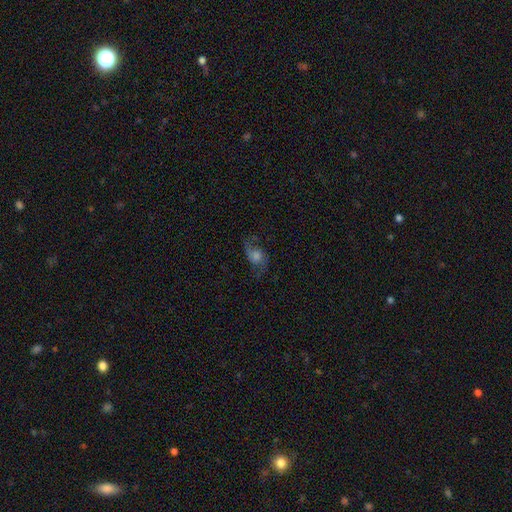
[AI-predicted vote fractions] Overall: featured or disk (61%; smooth 25%). Edge-on disk: no (92%). Bar: no (68%). Spiral arms: yes (90%). Spiral arm count: 2 (87%). Spiral winding: loose (69%). Bulge size: moderate (37%; large 27%). Merging: none (65%).